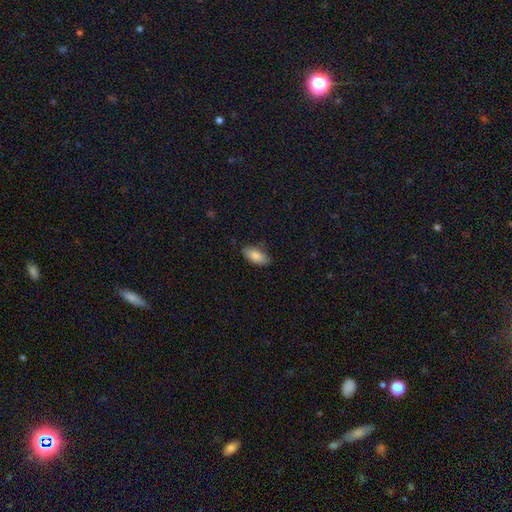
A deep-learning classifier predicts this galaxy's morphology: The model was most divided on "merging": none: 79%, minor disturbance: 17%, major disturbance: 3%, merger: 1%. More confident: how rounded — in between (88%); smooth or featured — smooth (83%).